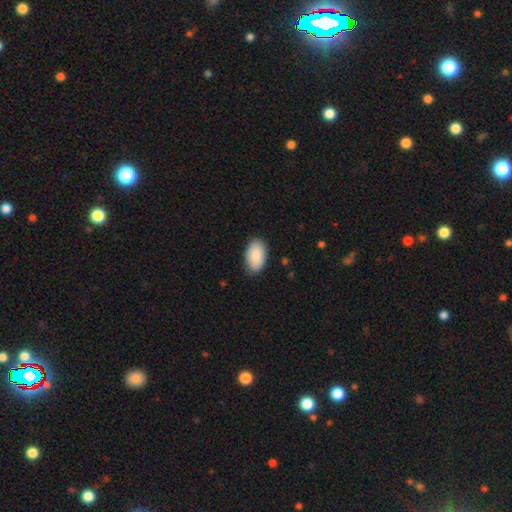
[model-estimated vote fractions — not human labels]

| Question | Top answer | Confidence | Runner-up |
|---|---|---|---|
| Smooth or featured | smooth | 89% | star or artifact (6%) |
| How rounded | in between | 95% | round (4%) |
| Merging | none | 85% | minor disturbance (12%) |